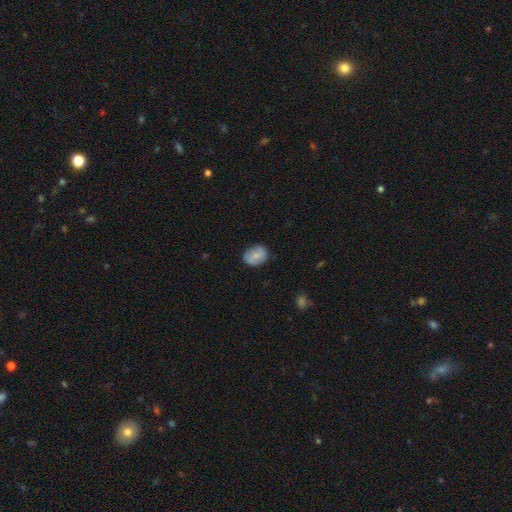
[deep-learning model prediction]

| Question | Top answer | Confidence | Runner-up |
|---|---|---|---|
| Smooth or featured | smooth | 72% | featured or disk (21%) |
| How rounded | in between | 55% | round (44%) |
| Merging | none | 78% | minor disturbance (17%) |